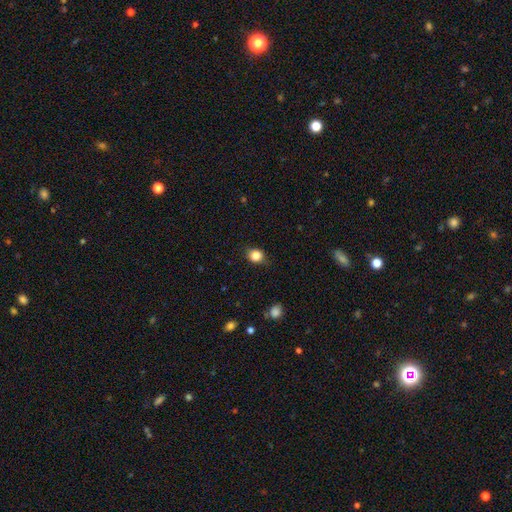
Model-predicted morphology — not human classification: This is clearly a smooth galaxy (84%). How rounded: likely round (69%). Merging: clearly none (83%).